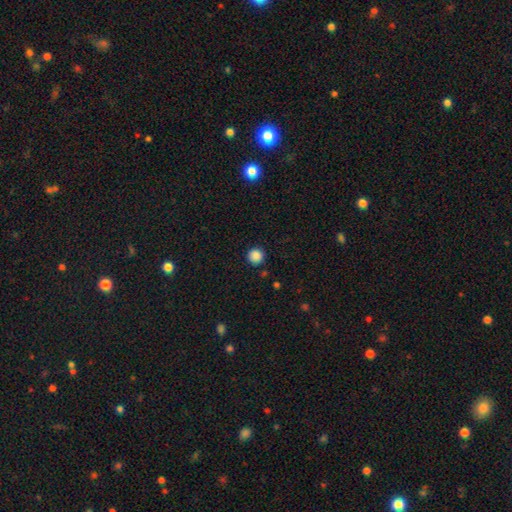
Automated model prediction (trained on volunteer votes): Morphology: type=smooth (87%); roundness=round (94%); merging=none (90%).